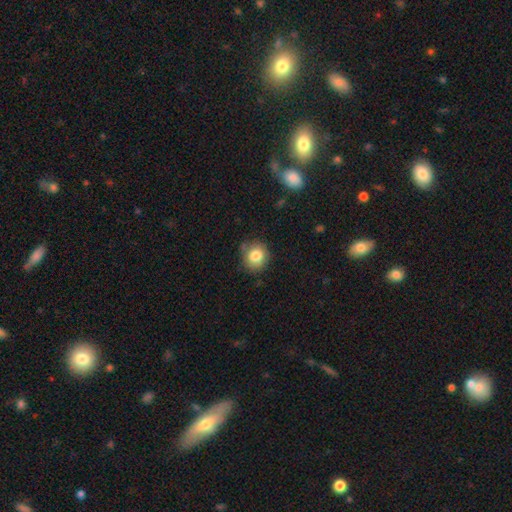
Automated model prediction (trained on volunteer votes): Morphology: type=smooth (82%); roundness=round (81%); merging=none (79%).